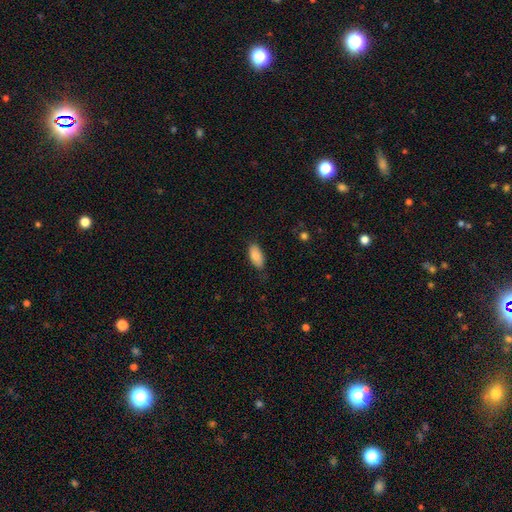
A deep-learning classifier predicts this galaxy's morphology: A smooth galaxy with no disk features (84%) that is in between round and cigar-shaped (93%).

Vote fractions:
- Smooth or featured? smooth: 84% / featured or disk: 10% / star or artifact: 6%
- How rounded? in between: 93% / cigar-shaped: 5% / round: 2%
- Merging? none: 79% / minor disturbance: 17% / major disturbance: 3% / merger: 1%